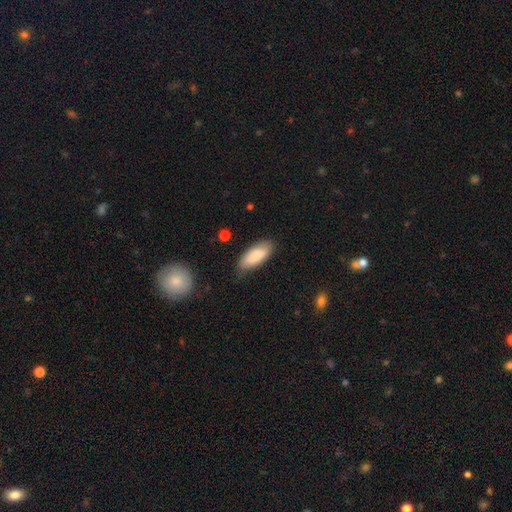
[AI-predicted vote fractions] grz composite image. It shows a smooth galaxy with no disk features (80%) that is in between round and cigar-shaped (82%). Merging: none (75%).